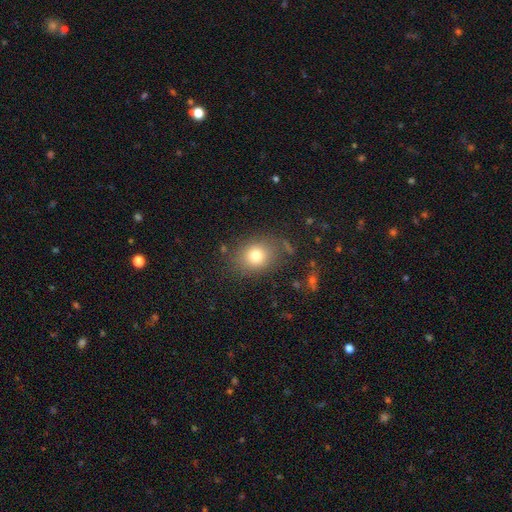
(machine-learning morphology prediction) type=smooth (77%); roundness=round (59%); merging=none (79%).